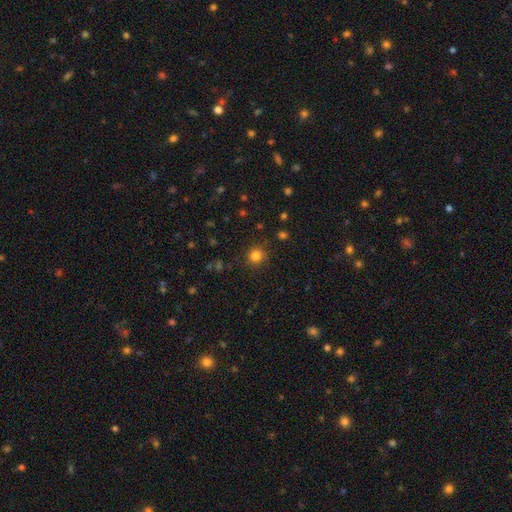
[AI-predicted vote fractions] smooth_or_featured: smooth (p=0.82) [alt: star or artifact p=0.13]
how_rounded: round (p=0.92) [alt: in between p=0.07]
merging: none (p=0.88) [alt: minor disturbance p=0.08]